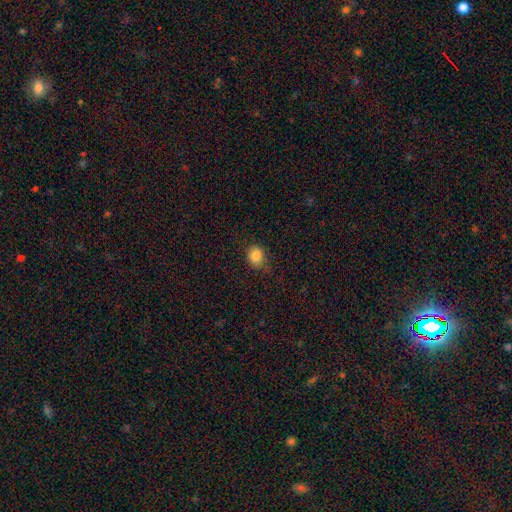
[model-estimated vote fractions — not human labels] smooth 85%, star or artifact 10%, featured or disk 5%. Down the decision tree: how rounded — round (57%); merging — none (75%).